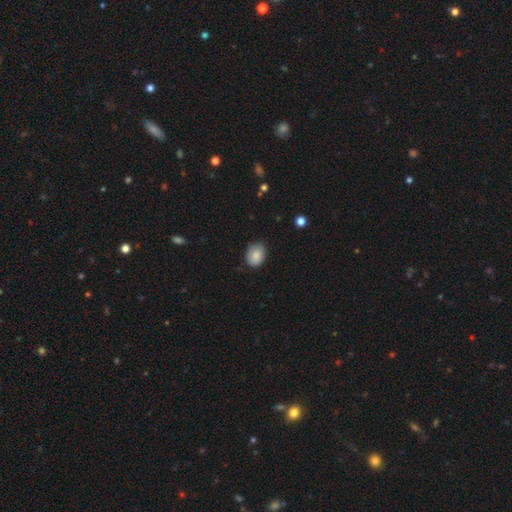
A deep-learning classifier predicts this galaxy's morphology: Smooth or featured? Predicted: smooth (p=0.87). How rounded? Predicted: in between (p=0.66). Merging? Predicted: none (p=0.80).